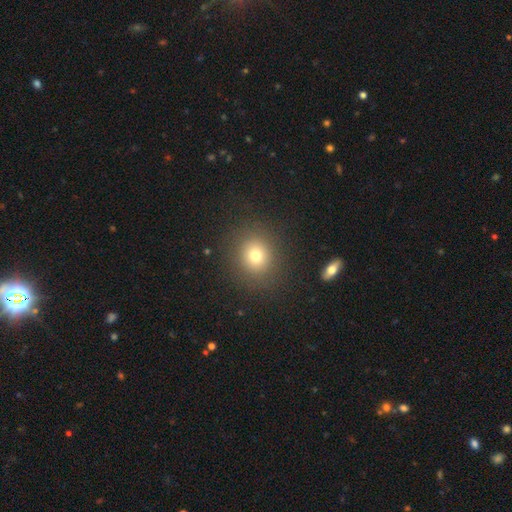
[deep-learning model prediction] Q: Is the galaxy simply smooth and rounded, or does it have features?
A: smooth — 75%.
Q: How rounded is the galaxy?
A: round — 78%.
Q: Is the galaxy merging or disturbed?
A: none — 87%.